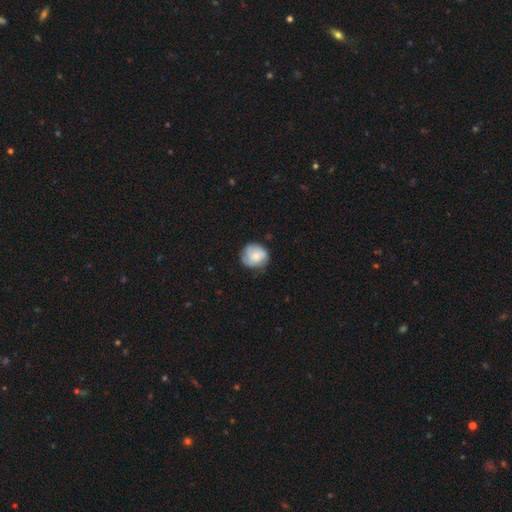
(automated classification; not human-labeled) Q: Smooth or featured?
A: smooth (60%); runner-up: featured or disk (33%)
Q: How rounded?
A: round (83%); runner-up: in between (16%)
Q: Merging?
A: none (70%); runner-up: minor disturbance (23%)